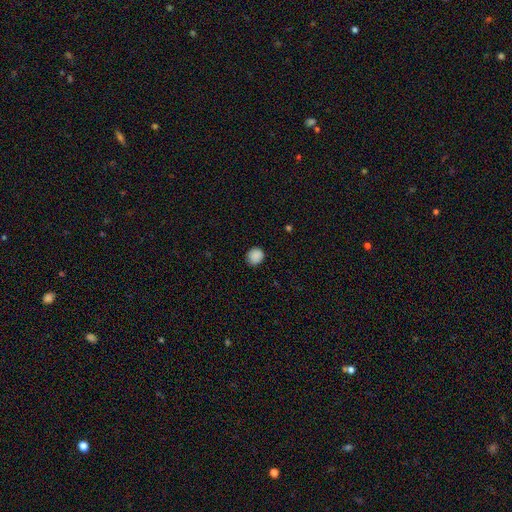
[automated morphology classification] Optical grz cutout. It shows a smooth galaxy with no disk features (88%) that is round (86%). Merging: none (87%).